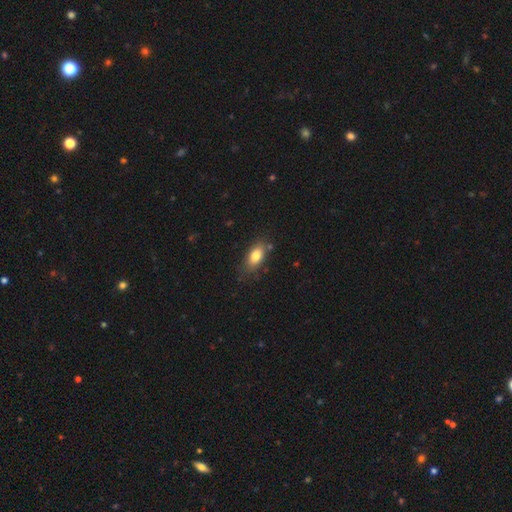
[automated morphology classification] type=smooth (81%); roundness=in between (87%); merging=none (74%).